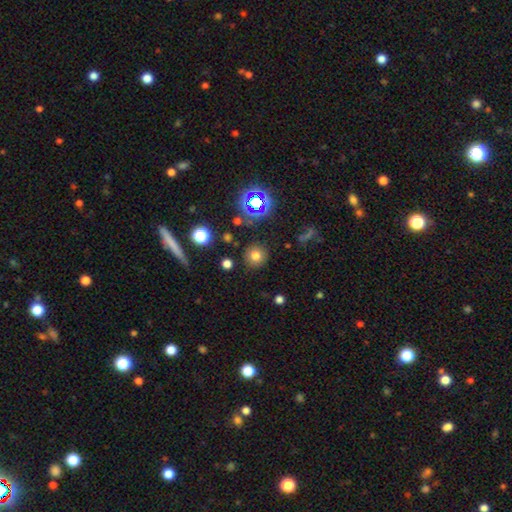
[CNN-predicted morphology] A smooth galaxy with no disk features (73%) that is round (92%).

Vote fractions:
- Smooth or featured? smooth: 73% / star or artifact: 19% / featured or disk: 8%
- How rounded? round: 92% / in between: 7% / cigar-shaped: 1%
- Merging? none: 88% / minor disturbance: 7% / major disturbance: 3% / merger: 2%